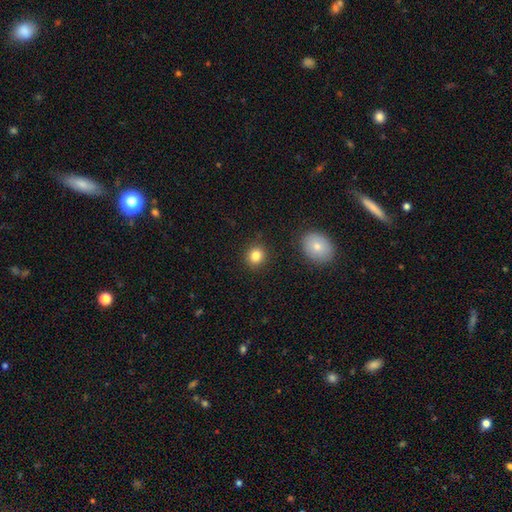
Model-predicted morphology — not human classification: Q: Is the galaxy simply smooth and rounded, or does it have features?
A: smooth — 83%.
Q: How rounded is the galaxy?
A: round — 85%.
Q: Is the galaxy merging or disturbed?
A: none — 89%.